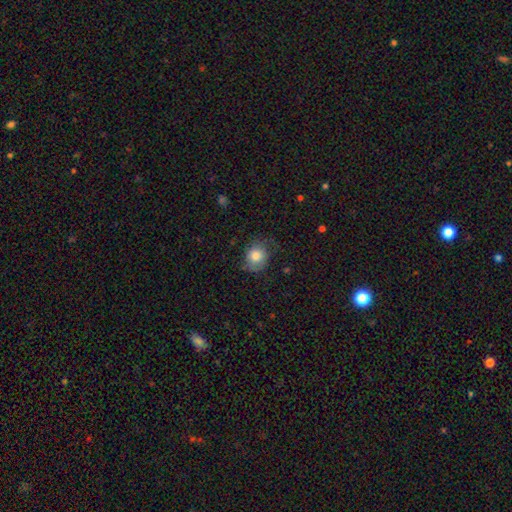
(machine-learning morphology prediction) A smooth galaxy with no disk features (73%) that is round (63%).

Vote fractions:
- Smooth or featured? smooth: 73% / featured or disk: 19% / star or artifact: 8%
- How rounded? round: 63% / in between: 36% / cigar-shaped: 1%
- Merging? none: 59% / minor disturbance: 27% / major disturbance: 13% / merger: 1%